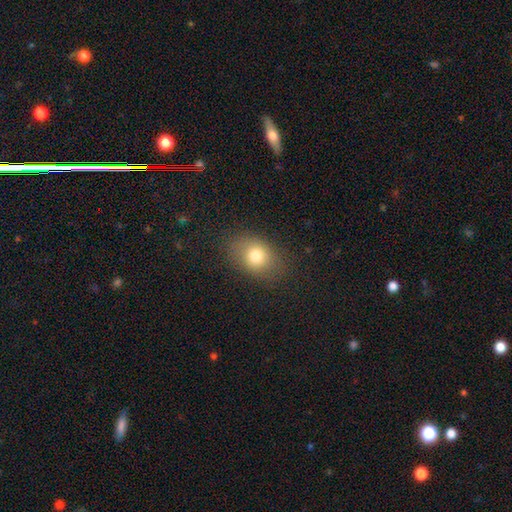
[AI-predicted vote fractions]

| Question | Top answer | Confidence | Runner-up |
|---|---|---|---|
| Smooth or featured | smooth | 76% | featured or disk (12%) |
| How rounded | in between | 64% | round (35%) |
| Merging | none | 81% | minor disturbance (13%) |